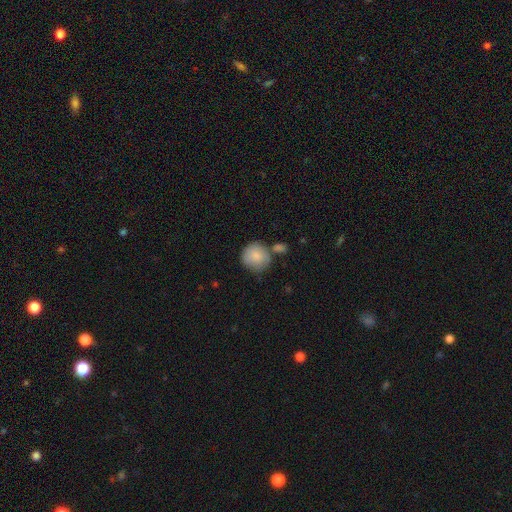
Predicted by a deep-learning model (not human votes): Smooth or featured? Predicted: smooth (p=0.84). How rounded? Predicted: round (p=0.89). Merging? Predicted: none (p=0.56).